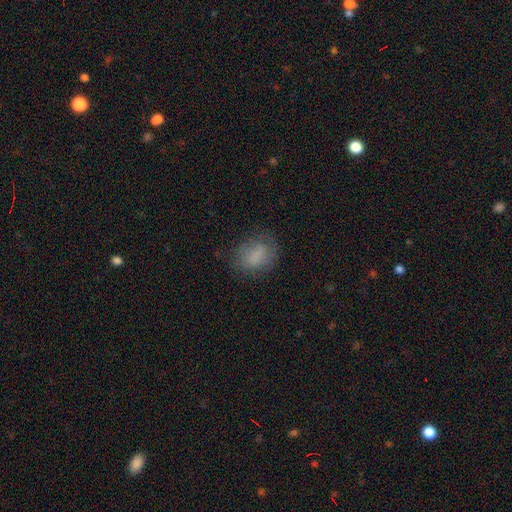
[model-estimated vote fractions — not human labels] Smooth or featured?
  - smooth: 79% *
  - featured or disk: 12%
  - star or artifact: 9%
How rounded?
  - in between: 66% *
  - round: 31%
  - cigar-shaped: 2%
Merging?
  - none: 73% *
  - minor disturbance: 18%
  - major disturbance: 8%
  - merger: 1%